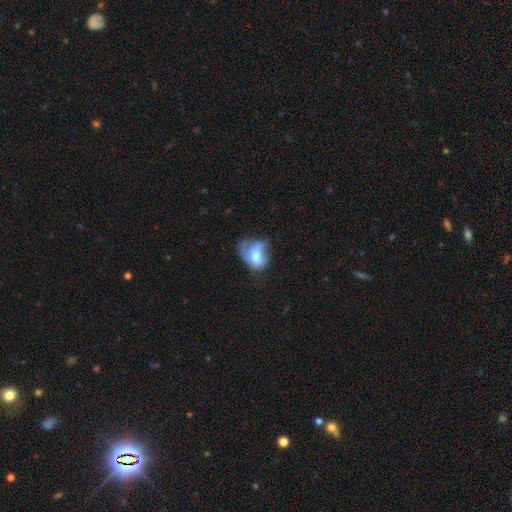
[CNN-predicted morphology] Smooth or featured: smooth — 52% (featured or disk — 39%)
How rounded: in between — 60% (round — 38%)
Merging: major disturbance — 36% (none — 30%)